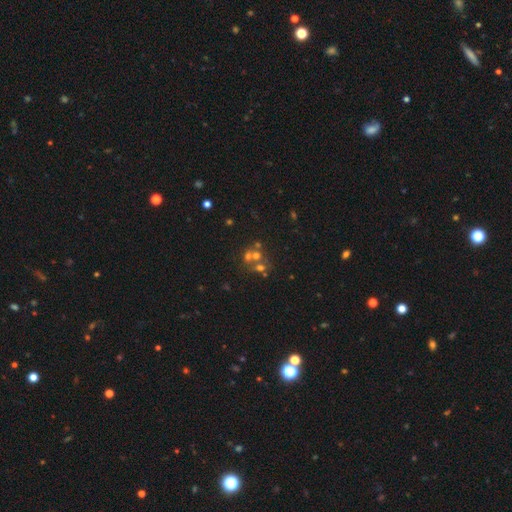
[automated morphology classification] smooth 40%, star or artifact 33%, featured or disk 27%. Down the decision tree: merging — none (43%, tied with merger).